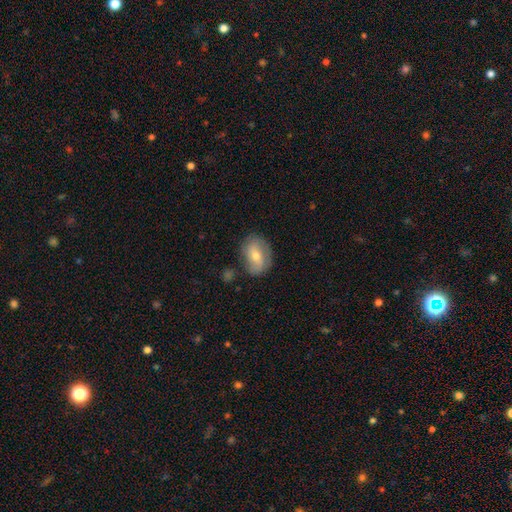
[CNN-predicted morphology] This appears to be a smooth galaxy with no disk features (56%) that is in between round and cigar-shaped (69%). Merging: none (69%).